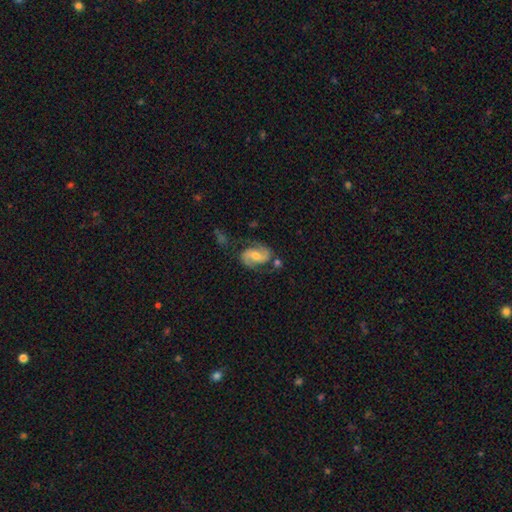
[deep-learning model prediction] Smooth or featured? Predicted: featured or disk (p=0.80). Edge-on disk? Predicted: no (p=0.97). Bar? Predicted: weak (p=0.44). Spiral arms? Predicted: yes (p=0.95). Spiral winding? Predicted: medium (p=0.51). Spiral arm count? Predicted: 2 (p=0.91). Bulge size? Predicted: moderate (p=0.59). Merging? Predicted: none (p=0.69).